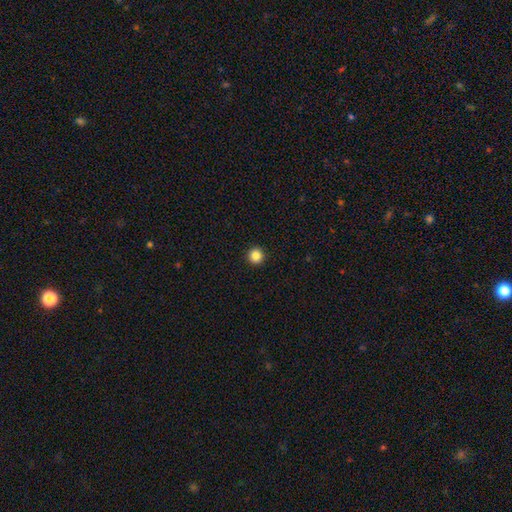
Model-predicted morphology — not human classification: smooth_or_featured: smooth (p=0.86) [alt: star or artifact p=0.11]
how_rounded: round (p=0.96) [alt: in between p=0.03]
merging: none (p=0.94) [alt: minor disturbance p=0.04]